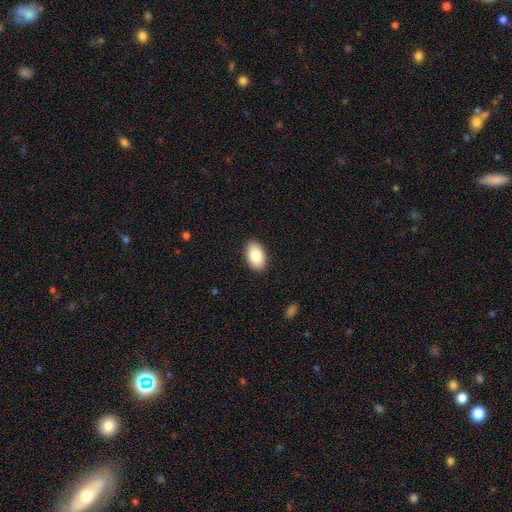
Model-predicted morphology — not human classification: Smooth or featured?
  - smooth: 84% *
  - featured or disk: 10%
  - star or artifact: 7%
How rounded?
  - in between: 92% *
  - round: 7%
  - cigar-shaped: 1%
Merging?
  - none: 90% *
  - minor disturbance: 8%
  - major disturbance: 2%
  - merger: 1%